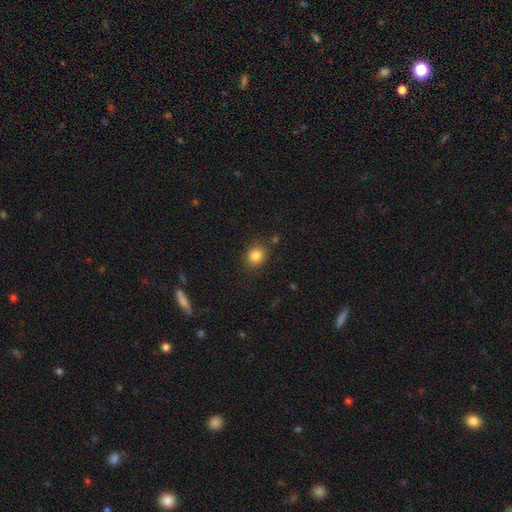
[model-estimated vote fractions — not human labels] A smooth galaxy with no disk features (84%) that is round (73%). Merging: none (83%).